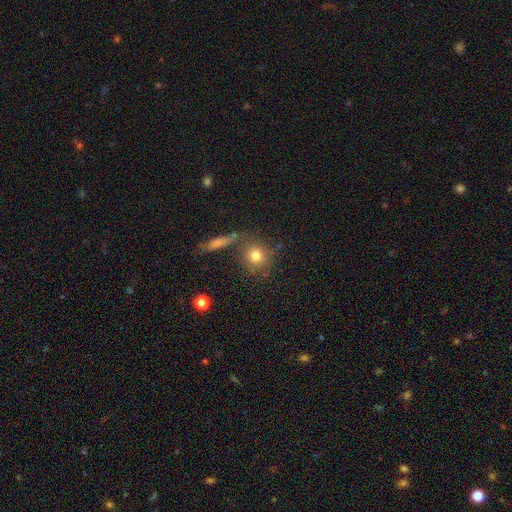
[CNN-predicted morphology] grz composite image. It shows a smooth galaxy with no disk features (78%) that is round (86%). Merging: none (72%).